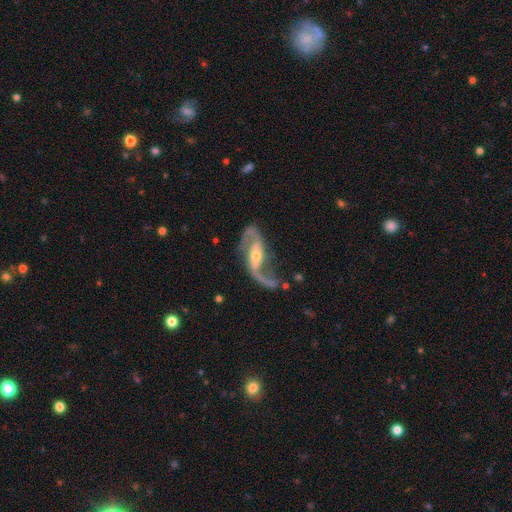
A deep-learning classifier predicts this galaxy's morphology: Q: Smooth or featured?
A: featured or disk (91%); runner-up: star or artifact (5%)
Q: Edge-on disk?
A: no (95%); runner-up: yes (5%)
Q: Bar?
A: weak (36%); runner-up: strong (35%)
Q: Spiral arms?
A: yes (97%); runner-up: no (3%)
Q: Spiral winding?
A: loose (62%); runner-up: medium (30%)
Q: Spiral arm count?
A: 2 (92%); runner-up: 1 (3%)
Q: Bulge size?
A: moderate (48%); runner-up: small (46%)
Q: Merging?
A: none (66%); runner-up: minor disturbance (16%)